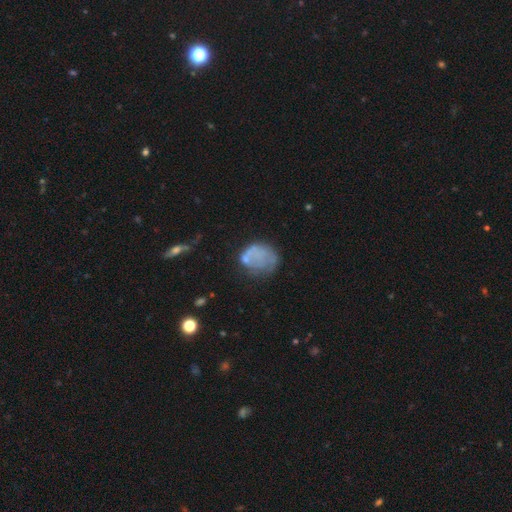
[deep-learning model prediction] This appears to be a smooth galaxy with no disk features (55%) that is round (59%). Merging: none (41%).